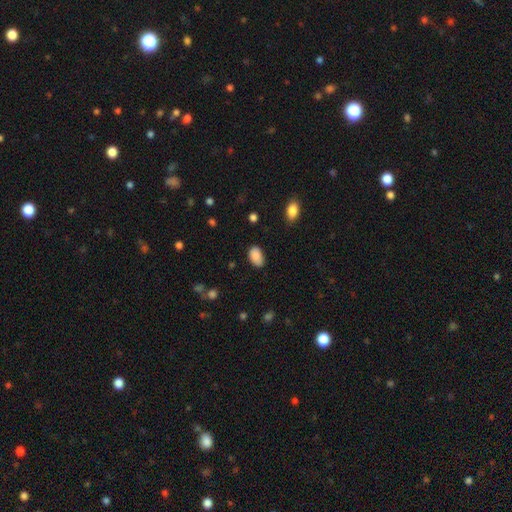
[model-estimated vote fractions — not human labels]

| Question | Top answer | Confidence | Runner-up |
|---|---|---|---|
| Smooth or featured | smooth | 88% | star or artifact (7%) |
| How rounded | in between | 92% | round (6%) |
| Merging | none | 81% | minor disturbance (15%) |